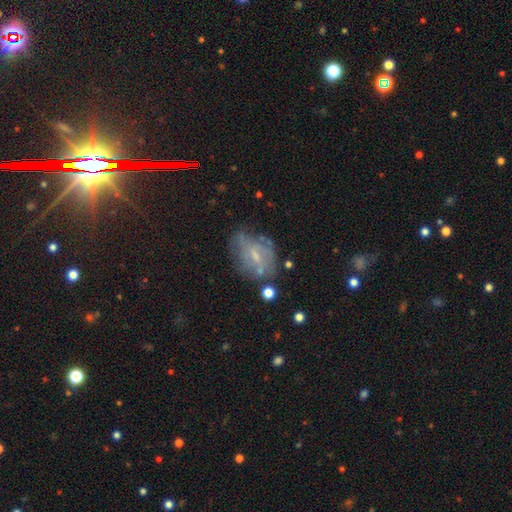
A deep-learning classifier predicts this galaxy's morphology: Q: Smooth or featured?
A: featured or disk (56%); runner-up: smooth (30%)
Q: Edge-on disk?
A: no (95%); runner-up: yes (5%)
Q: Bar?
A: weak (46%); runner-up: no (44%)
Q: Spiral arms?
A: yes (54%); runner-up: no (46%)
Q: Bulge size?
A: small (52%); runner-up: moderate (28%)
Q: Merging?
A: none (50%); runner-up: minor disturbance (27%)